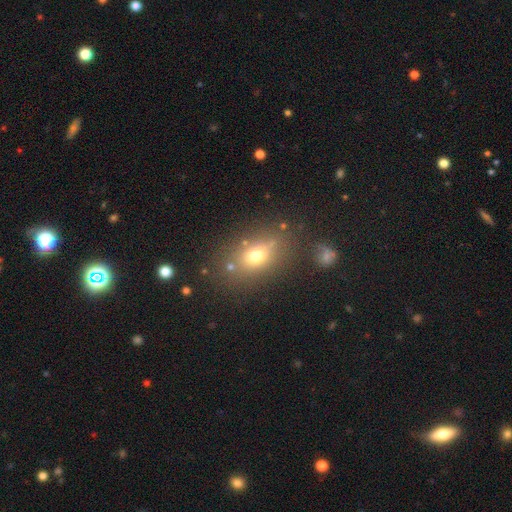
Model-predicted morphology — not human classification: smooth-or-featured: smooth: 69% | featured or disk: 16% | star or artifact: 15%
  how-rounded: in between: 68% | round: 28% | cigar-shaped: 4%
  merging: none: 71% | minor disturbance: 14% | merger: 9% | major disturbance: 6%